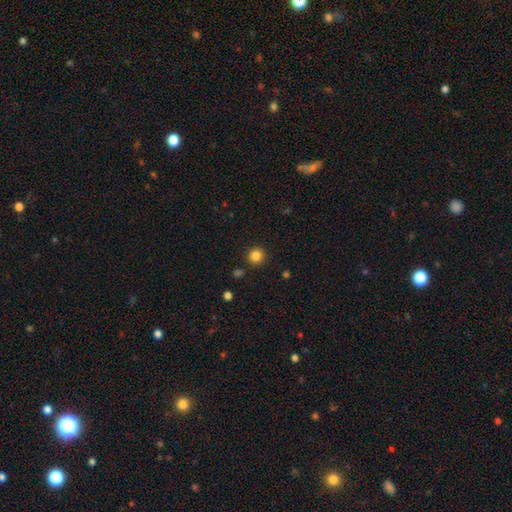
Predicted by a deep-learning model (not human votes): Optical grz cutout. It shows a smooth galaxy with no disk features (84%) that is round (93%). Merging: none (90%).